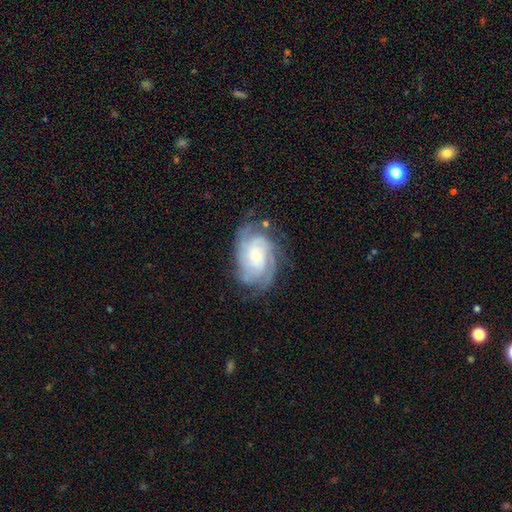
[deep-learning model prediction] The model was most divided on "spiral arm count": 3: 29%, can't tell: 27%, 4: 18%, 2: 17%, more than 4: 5%, 1: 5%. More confident: edge-on disk — no (97%); spiral arms — yes (96%); smooth or featured — featured or disk (84%); merging — none (70%); bar — no (68%); spiral winding — tight (63%); bulge size — small (57%).